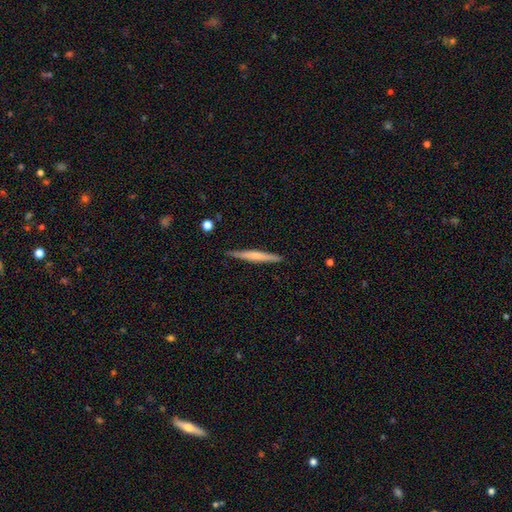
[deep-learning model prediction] Smooth or featured?
  - smooth: 52% *
  - featured or disk: 42%
  - star or artifact: 6%
How rounded?
  - cigar-shaped: 96% *
  - in between: 3%
  - round: 1%
Merging?
  - none: 88% *
  - minor disturbance: 9%
  - major disturbance: 2%
  - merger: 1%